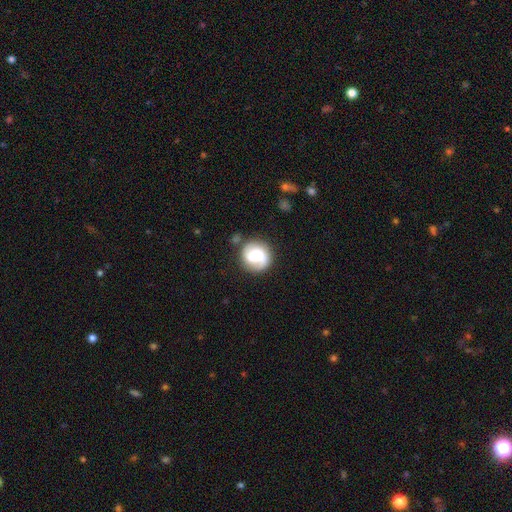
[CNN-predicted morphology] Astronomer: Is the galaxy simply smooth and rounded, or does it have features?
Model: featured or disk — 66%.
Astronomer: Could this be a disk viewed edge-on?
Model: no — 98%.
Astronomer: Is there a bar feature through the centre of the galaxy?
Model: no — 43%, tied with weak at 43%.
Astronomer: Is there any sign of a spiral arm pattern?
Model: yes — 94%.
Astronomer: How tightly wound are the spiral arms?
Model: medium — 44% (runner-up: tight, 31%).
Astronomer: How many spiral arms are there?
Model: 2 — 76%.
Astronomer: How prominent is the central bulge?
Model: moderate — 36% (runner-up: large, 27%).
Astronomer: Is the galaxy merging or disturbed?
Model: none — 75%.